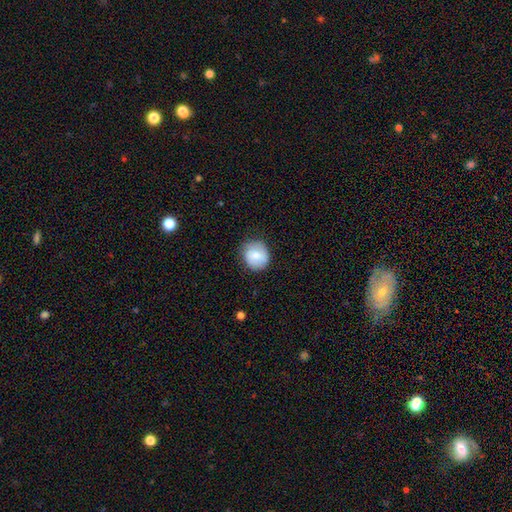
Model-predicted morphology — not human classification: This is likely a smooth galaxy (78%). How rounded: clearly round (83%). Merging: likely none (74%).